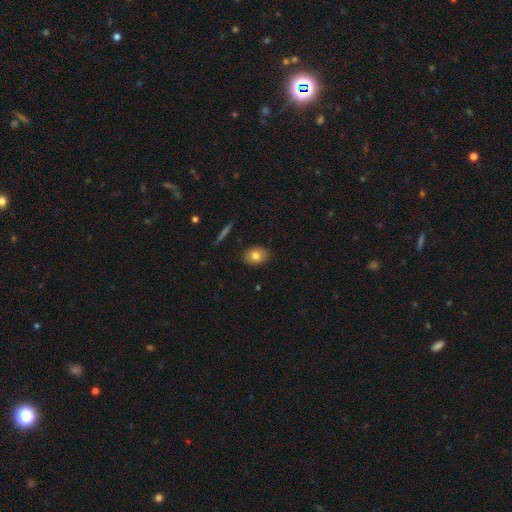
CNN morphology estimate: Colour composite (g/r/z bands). It shows a smooth galaxy with no disk features (78%) that is in between round and cigar-shaped (74%). Merging: none (88%).